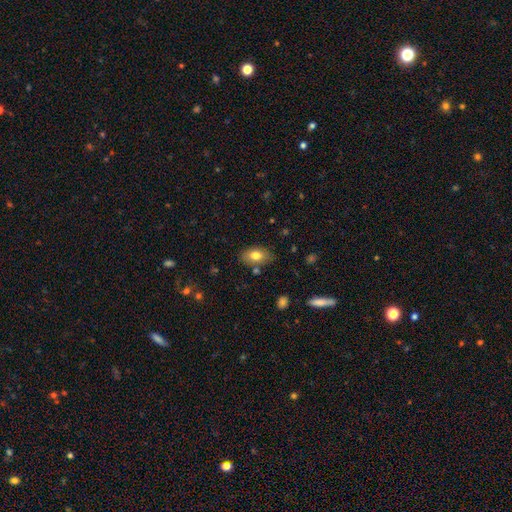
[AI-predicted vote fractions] smooth 78%, featured or disk 15%, star or artifact 8%. Down the decision tree: how rounded — in between (89%); merging — none (78%).